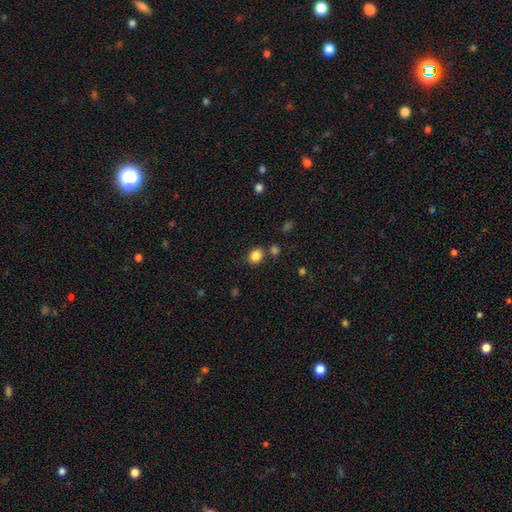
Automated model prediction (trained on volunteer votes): A smooth galaxy with no disk features (84%) that is round (62%). Merging: none (77%).